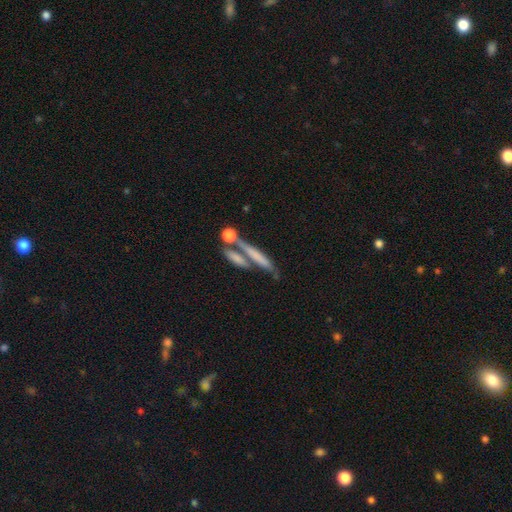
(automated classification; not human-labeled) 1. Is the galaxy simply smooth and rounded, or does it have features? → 55% smooth, 35% featured or disk, 10% star or artifact.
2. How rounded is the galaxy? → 82% cigar-shaped, 13% in between, 5% round.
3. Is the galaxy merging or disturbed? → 49% none, 32% merger, 12% minor disturbance, 7% major disturbance.